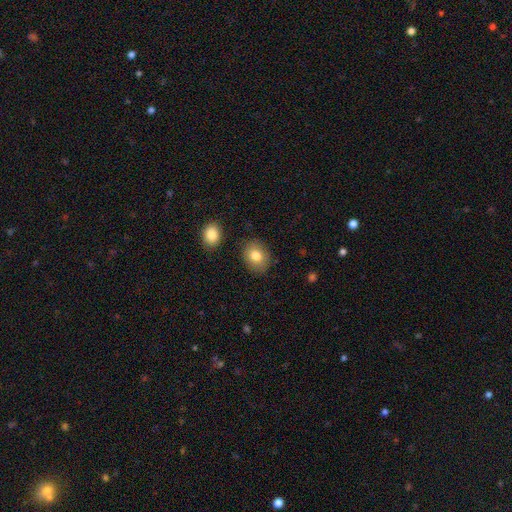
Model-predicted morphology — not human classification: A smooth galaxy with no disk features (81%) that is round (50%). Merging: none (85%).